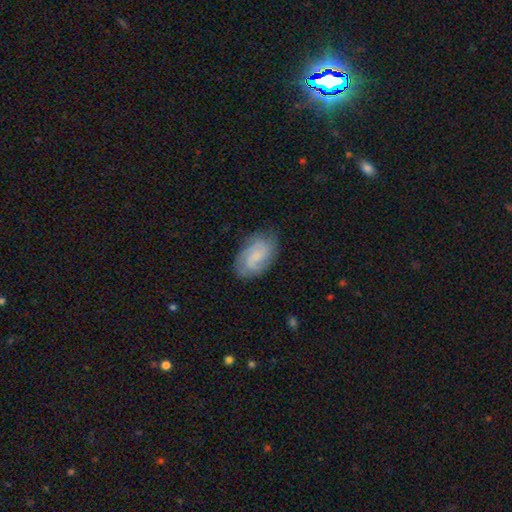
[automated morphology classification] smooth_or_featured: featured or disk (p=0.61) [alt: smooth p=0.32]
disk_edge_on: no (p=0.97) [alt: yes p=0.03]
bar: no (p=0.57) [alt: weak p=0.37]
has_spiral_arms: yes (p=0.92) [alt: no p=0.08]
spiral_winding: tight (p=0.48) [alt: medium p=0.39]
spiral_arm_count: 2 (p=0.41) [alt: can't tell p=0.27]
bulge_size: small (p=0.45) [alt: none p=0.33]
merging: none (p=0.76) [alt: minor disturbance p=0.17]